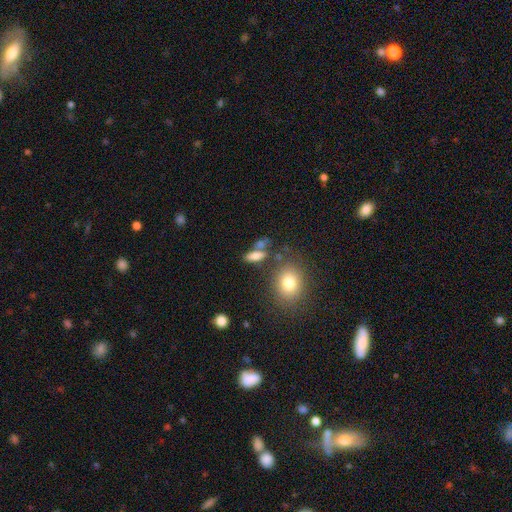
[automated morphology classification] This is likely a smooth galaxy (73%). How rounded: possibly in between (60%). Merging: possibly none (57%).